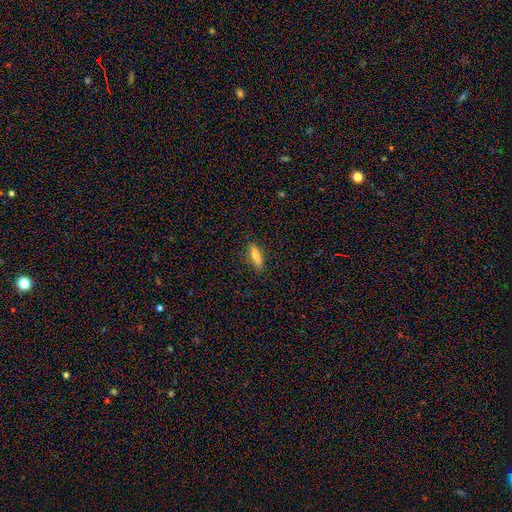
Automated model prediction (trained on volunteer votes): Smooth or featured: smooth — 76% (featured or disk — 16%)
How rounded: cigar-shaped — 50% (in between — 47%)
Merging: none — 85% (minor disturbance — 11%)